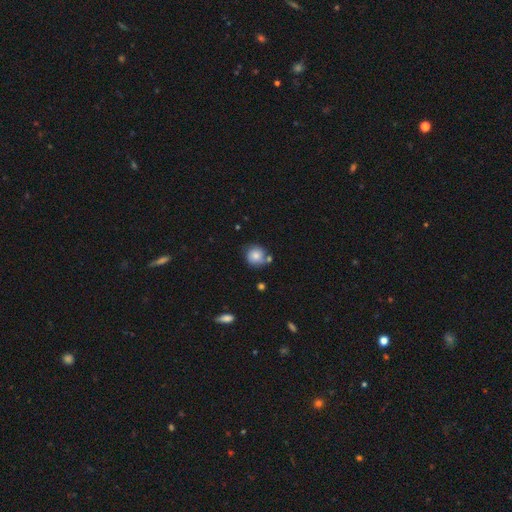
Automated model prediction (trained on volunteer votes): Smooth or featured: smooth — 78% (featured or disk — 12%)
How rounded: round — 90% (in between — 9%)
Merging: none — 65% (minor disturbance — 17%)